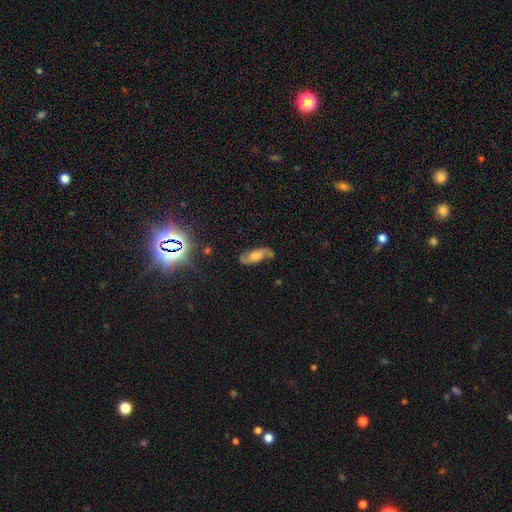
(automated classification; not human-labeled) Morphology: type=featured or disk (68%); edge-on=no (87%); bar=no (55%); spiral arms=yes (92%); winding=loose (47%); arm count=2 (90%); bulge=moderate (38%); merging=none (74%).